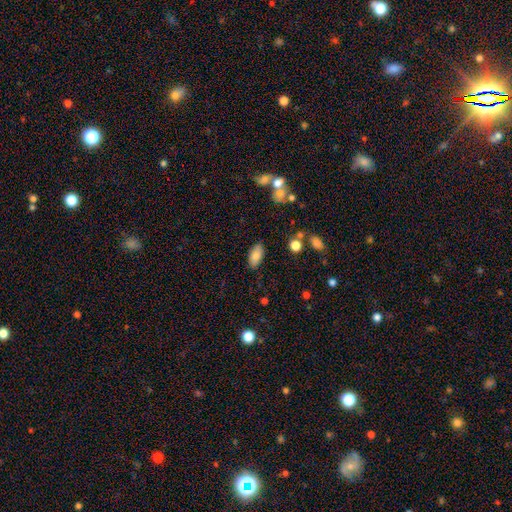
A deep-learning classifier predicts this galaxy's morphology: smooth_or_featured: smooth (p=0.82) [alt: featured or disk p=0.10]
how_rounded: in between (p=0.92) [alt: cigar-shaped p=0.06]
merging: none (p=0.83) [alt: minor disturbance p=0.12]